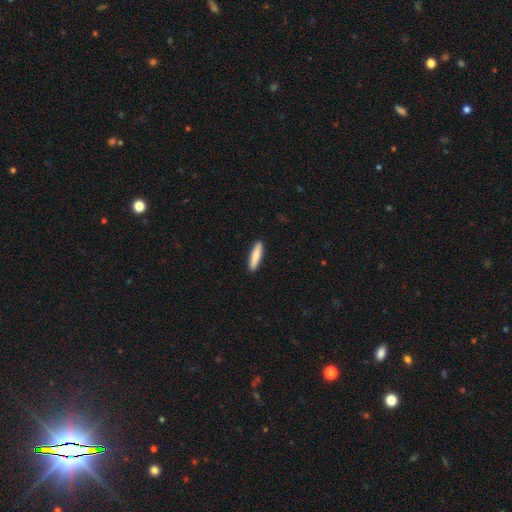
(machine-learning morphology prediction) This appears to be a smooth galaxy with no disk features (82%) that is cigar-shaped (83%). Merging: none (91%).